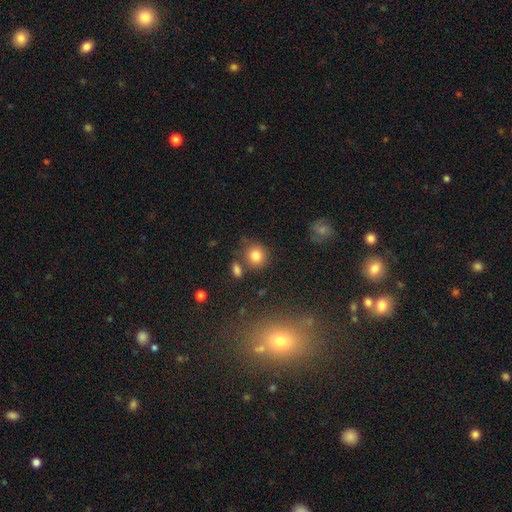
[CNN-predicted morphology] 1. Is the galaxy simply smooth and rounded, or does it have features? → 81% smooth, 12% star or artifact, 7% featured or disk.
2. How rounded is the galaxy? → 82% round, 17% in between, 1% cigar-shaped.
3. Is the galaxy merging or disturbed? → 71% none, 13% minor disturbance, 11% merger, 5% major disturbance.